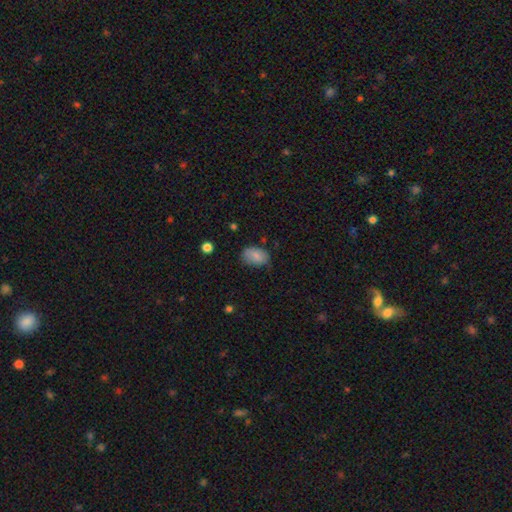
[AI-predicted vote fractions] This appears to be a smooth galaxy with no disk features (83%) that is in between round and cigar-shaped (87%). Merging: none (67%).